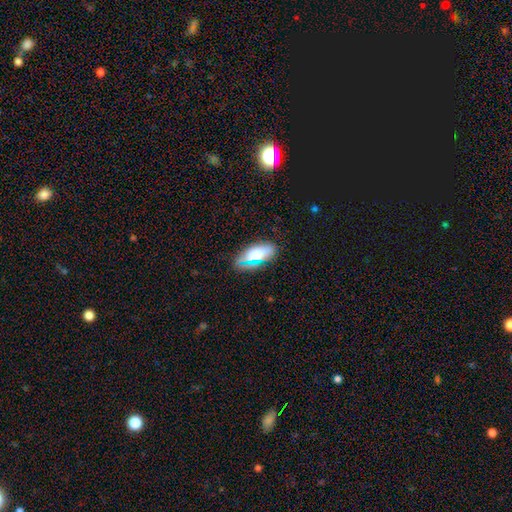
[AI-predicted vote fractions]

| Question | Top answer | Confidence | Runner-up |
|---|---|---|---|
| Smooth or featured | smooth | 71% | featured or disk (17%) |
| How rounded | in between | 84% | cigar-shaped (11%) |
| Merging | none | 80% | minor disturbance (14%) |